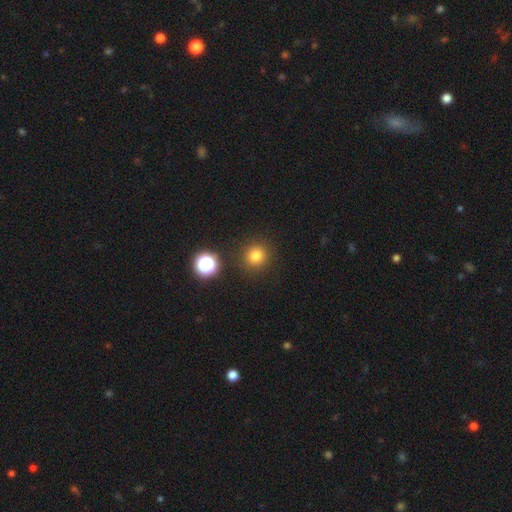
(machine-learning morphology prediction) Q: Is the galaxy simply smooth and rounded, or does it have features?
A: smooth — 79%.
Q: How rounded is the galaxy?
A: round — 94%.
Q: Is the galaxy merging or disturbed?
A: none — 89%.